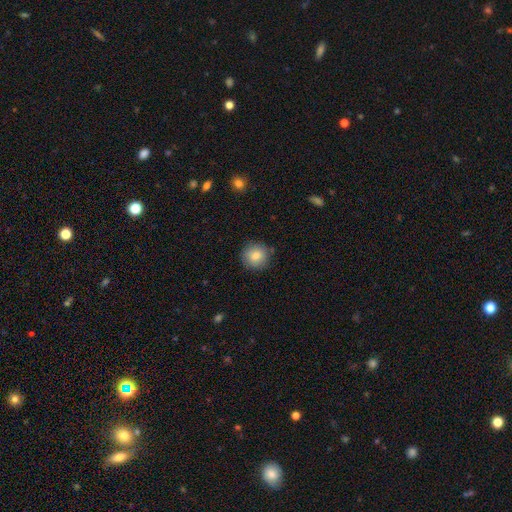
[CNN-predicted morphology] Smooth or featured? smooth (83%)
How rounded? round (92%)
Merging? none (86%)